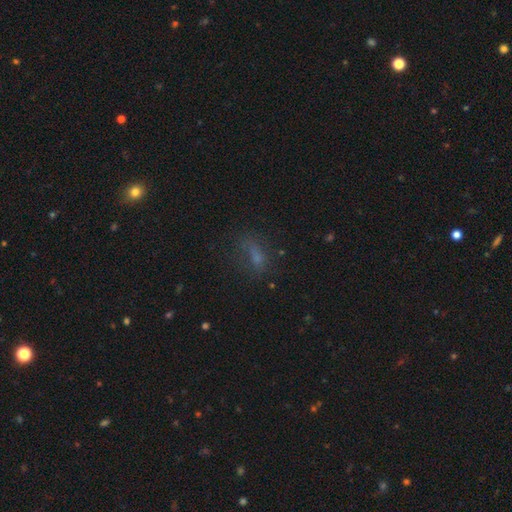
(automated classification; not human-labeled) Morphology: type=smooth (56%); roundness=in between (67%); merging=none (51%).